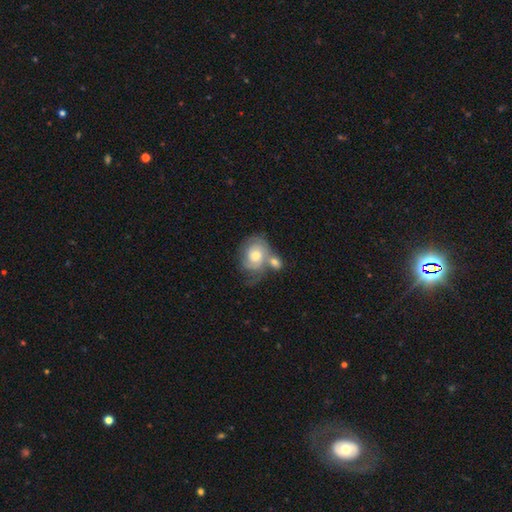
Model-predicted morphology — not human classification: Smooth or featured?
  - featured or disk: 62% *
  - smooth: 32%
  - star or artifact: 7%
Edge-on disk?
  - no: 97% *
  - yes: 3%
Bar?
  - no: 77% *
  - weak: 21%
  - strong: 3%
Spiral arms?
  - yes: 84% *
  - no: 16%
Spiral winding?
  - tight: 58% *
  - medium: 31%
  - loose: 11%
Spiral arm count?
  - 2: 36% *
  - can't tell: 35%
  - 1: 13%
  - 3: 10%
  - 4: 3%
  - more than 4: 3%
Bulge size?
  - moderate: 63% *
  - large: 18%
  - small: 15%
  - none: 2%
  - dominant: 2%
Merging?
  - merger: 39% *
  - none: 30%
  - minor disturbance: 17%
  - major disturbance: 14%